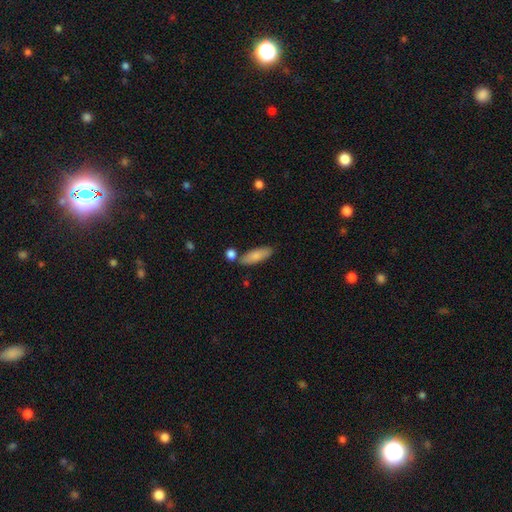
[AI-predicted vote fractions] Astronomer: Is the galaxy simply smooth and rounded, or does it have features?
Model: smooth — 81%.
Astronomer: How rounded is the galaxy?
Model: in between — 60% (runner-up: cigar-shaped, 37%).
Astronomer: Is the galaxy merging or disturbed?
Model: none — 74%.